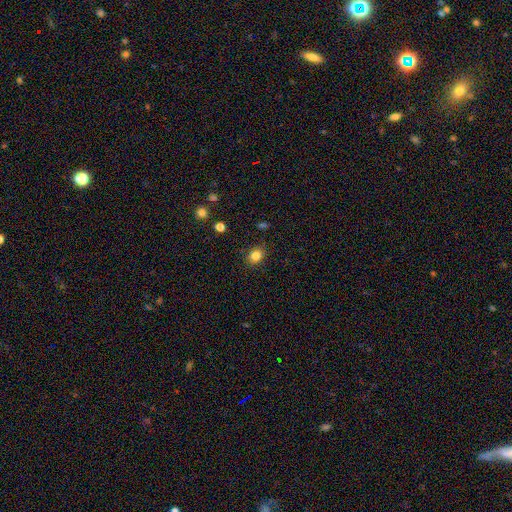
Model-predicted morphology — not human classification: This is clearly a smooth galaxy (83%). How rounded: possibly round (53%). Merging: clearly none (86%).